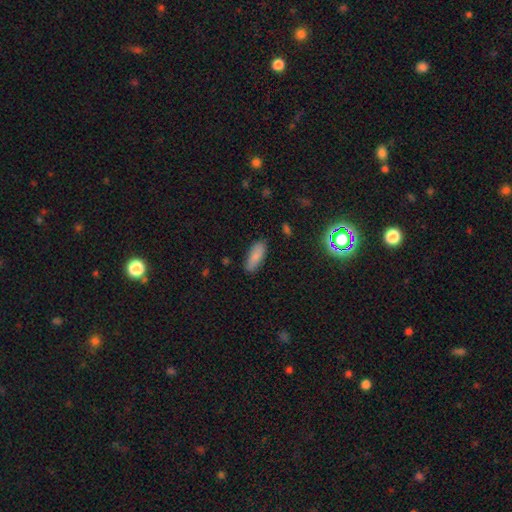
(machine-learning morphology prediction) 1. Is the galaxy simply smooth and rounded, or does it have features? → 85% smooth, 8% star or artifact, 7% featured or disk.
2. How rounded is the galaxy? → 71% in between, 27% cigar-shaped, 2% round.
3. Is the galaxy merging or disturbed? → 85% none, 12% minor disturbance, 2% major disturbance, 1% merger.